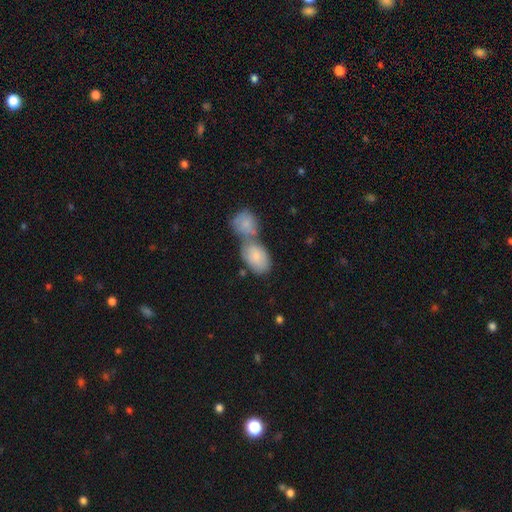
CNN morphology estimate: Smooth or featured: smooth — 79% (featured or disk — 14%)
How rounded: in between — 88% (round — 10%)
Merging: merger — 60% (none — 27%)